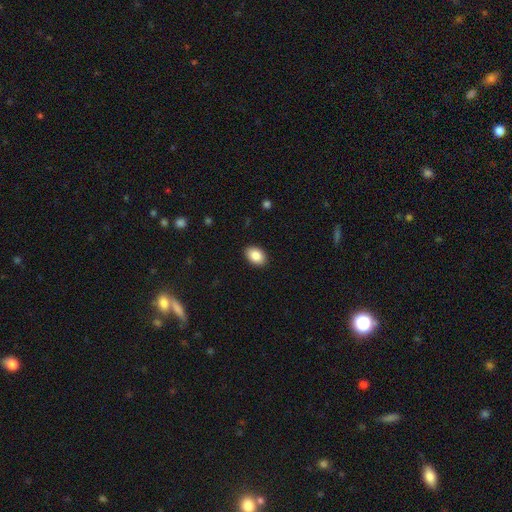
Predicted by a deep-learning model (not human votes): smooth 87%, star or artifact 7%, featured or disk 6%. Down the decision tree: how rounded — in between (85%); merging — none (90%).